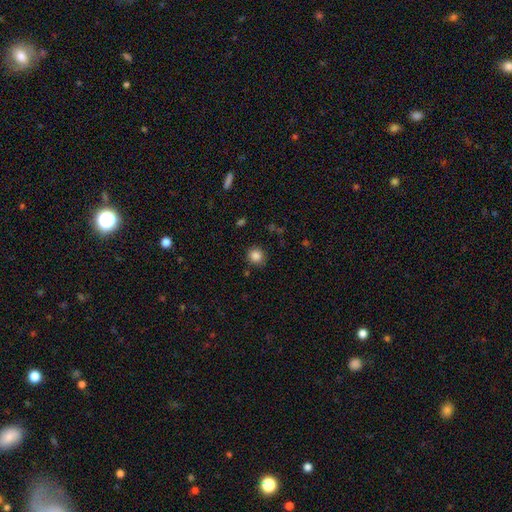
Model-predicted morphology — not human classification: Overall: smooth (84%). How rounded: round (91%). Merging: none (88%).